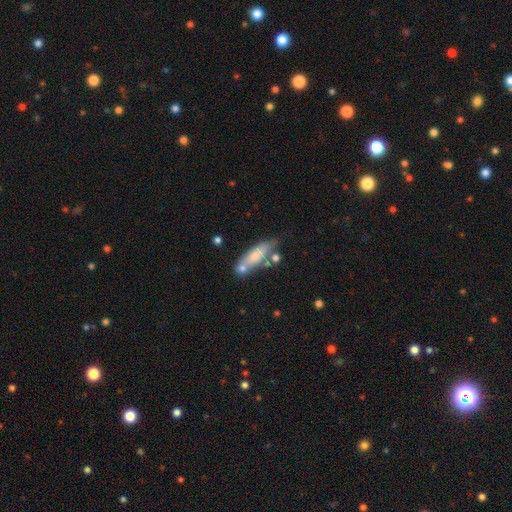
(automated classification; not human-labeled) smooth_or_featured: smooth (p=0.66) [alt: featured or disk p=0.27]
how_rounded: cigar-shaped (p=0.54) [alt: in between p=0.44]
merging: none (p=0.55) [alt: minor disturbance p=0.21]